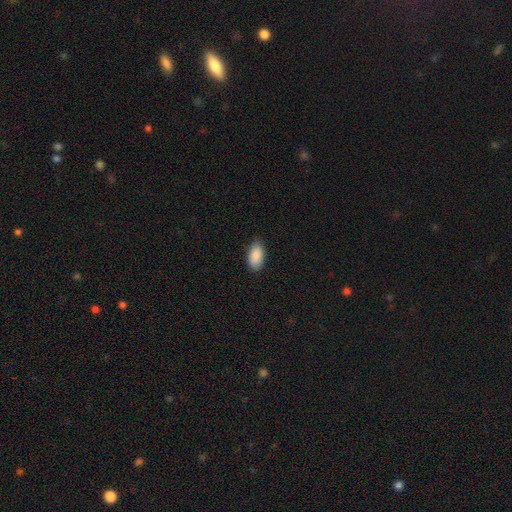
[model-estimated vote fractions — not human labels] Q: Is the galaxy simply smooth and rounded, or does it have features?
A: smooth — 89%.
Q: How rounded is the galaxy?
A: in between — 94%.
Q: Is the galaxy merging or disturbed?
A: none — 81%.